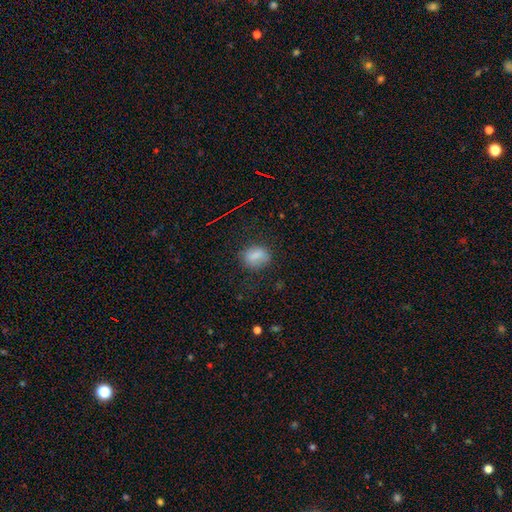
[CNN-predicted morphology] Smooth or featured? Predicted: smooth (p=0.78). How rounded? Predicted: in between (p=0.57). Merging? Predicted: none (p=0.74).